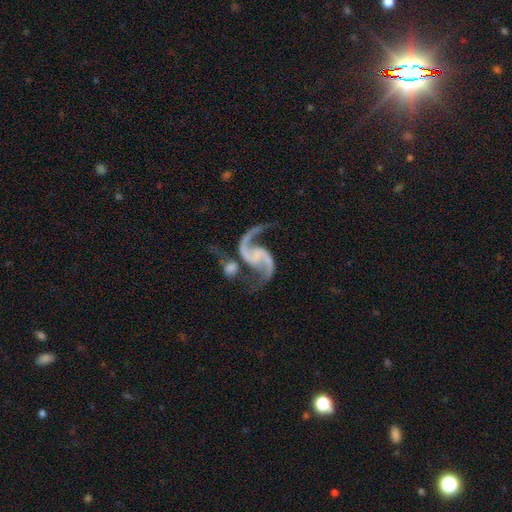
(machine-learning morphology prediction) A featured or disk galaxy (93%) with no bar (50%), 2 (93%) loose (60%) spiral arms (98%) and no central bulge (55%). Merging: none (47%).